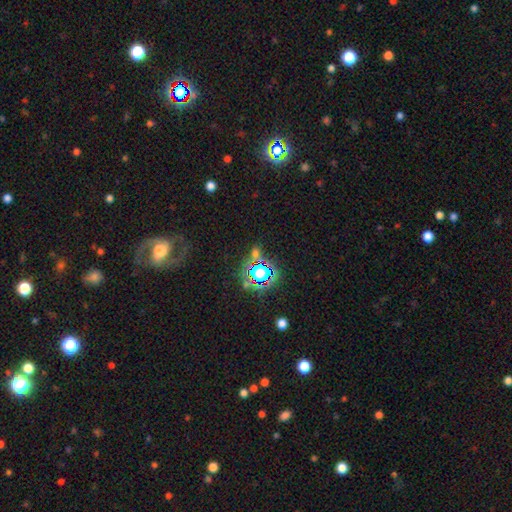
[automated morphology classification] smooth_or_featured: star or artifact (p=0.58) [alt: smooth p=0.25]